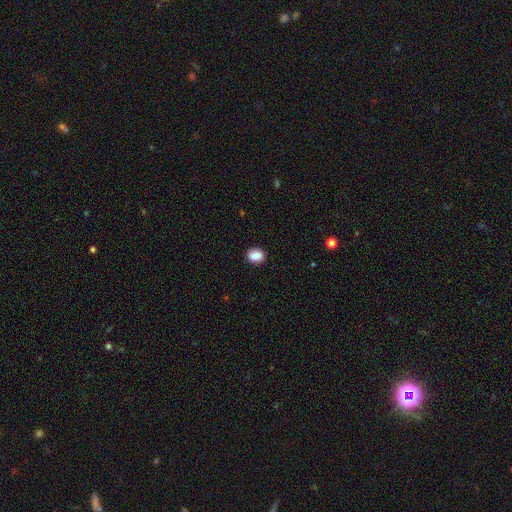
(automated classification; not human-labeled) This appears to be a smooth galaxy with no disk features (88%) that is in between round and cigar-shaped (59%). Merging: none (88%).